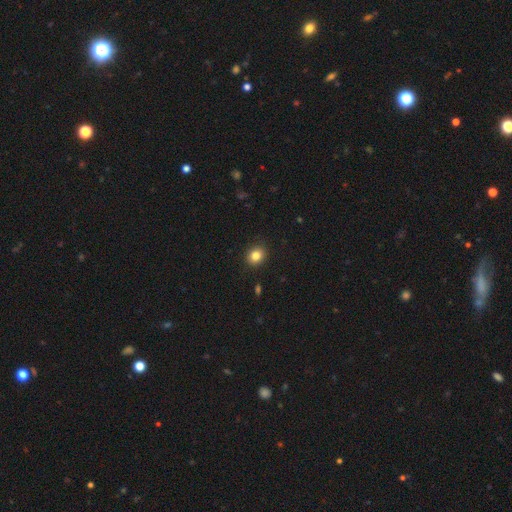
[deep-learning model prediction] The model was most divided on "how rounded": round: 66%, in between: 33%, cigar-shaped: 1%. More confident: merging — none (90%); smooth or featured — smooth (84%).